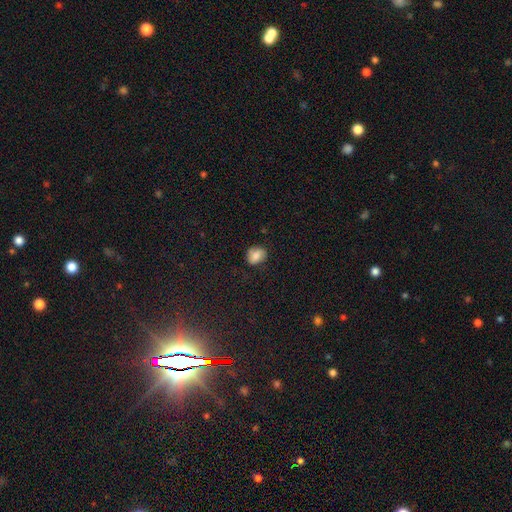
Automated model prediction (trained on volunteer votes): Smooth or featured? smooth (78%)
How rounded? round (51%)
Merging? none (74%)